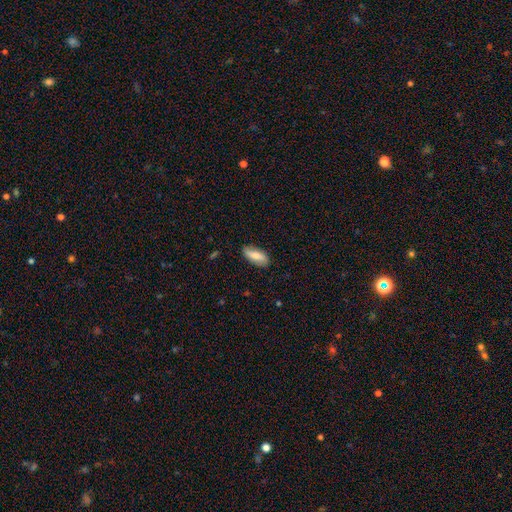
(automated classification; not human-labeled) This is likely a smooth galaxy (72%). How rounded: likely in between (79%). Merging: clearly none (83%).